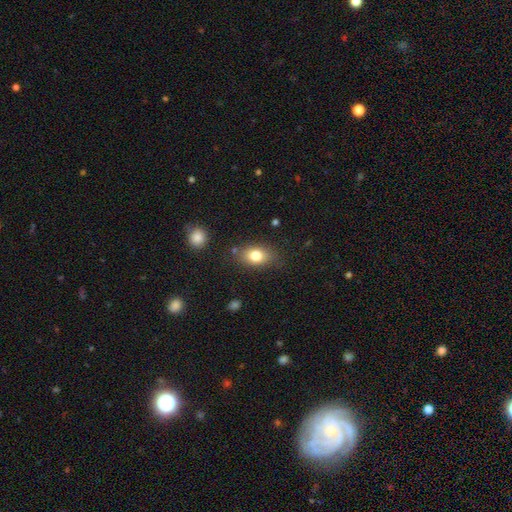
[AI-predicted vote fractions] smooth 79%, featured or disk 11%, star or artifact 9%. Down the decision tree: how rounded — in between (77%); merging — none (77%).